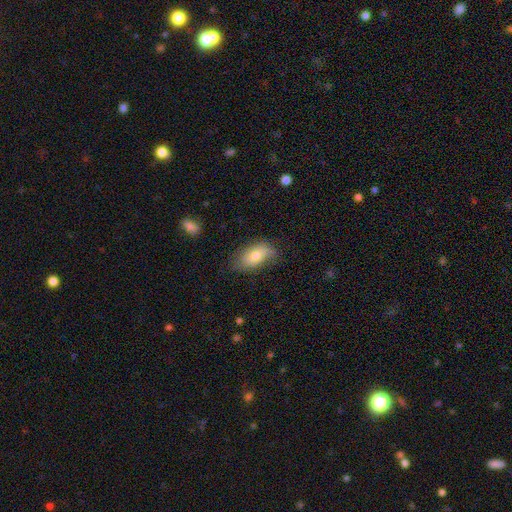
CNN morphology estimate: Smooth or featured? smooth (71%)
How rounded? in between (91%)
Merging? none (67%)